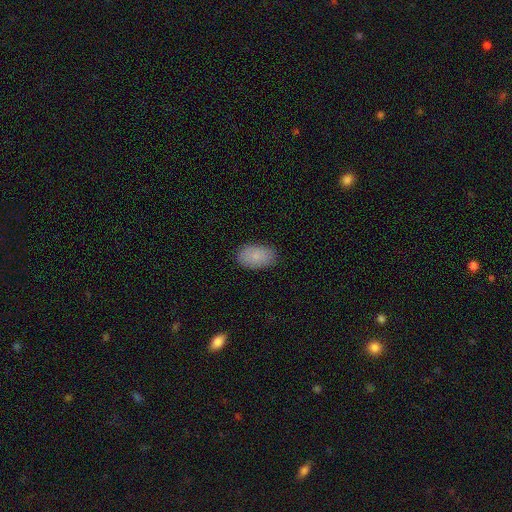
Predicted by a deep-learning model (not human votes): Q: Smooth or featured?
A: smooth (85%); runner-up: featured or disk (8%)
Q: How rounded?
A: in between (92%); runner-up: round (7%)
Q: Merging?
A: none (86%); runner-up: minor disturbance (11%)